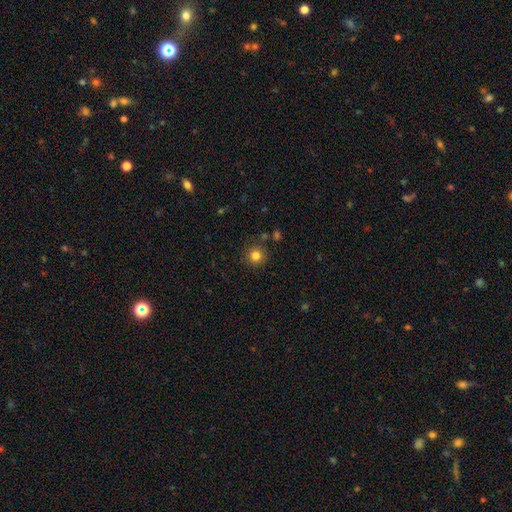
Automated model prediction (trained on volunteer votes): This appears to be a smooth galaxy with no disk features (82%) that is round (94%). Merging: none (87%).